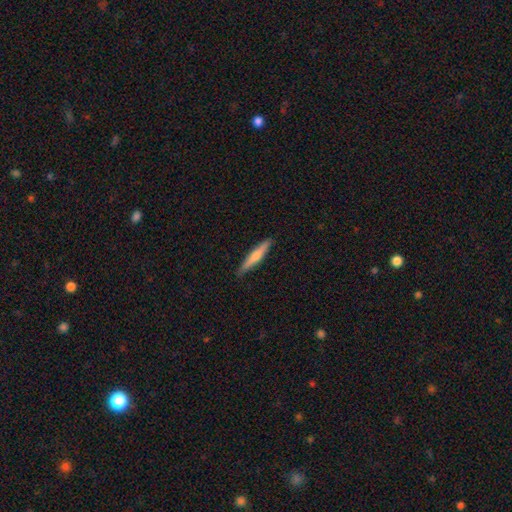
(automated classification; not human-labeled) smooth 52%, featured or disk 43%, star or artifact 6%. Down the decision tree: how rounded — cigar-shaped (92%); merging — none (91%).